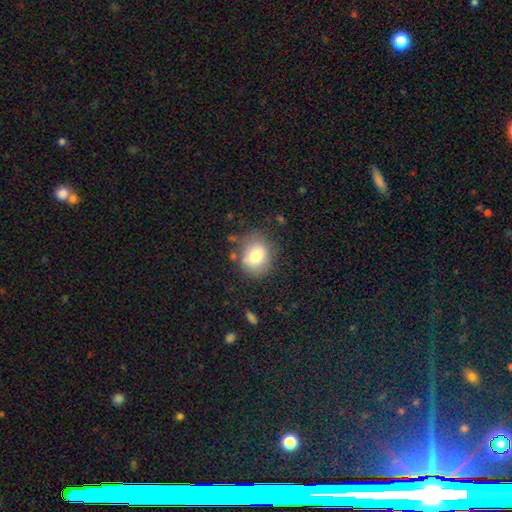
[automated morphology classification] smooth_or_featured: smooth (p=0.78) [alt: featured or disk p=0.13]
how_rounded: round (p=0.54) [alt: in between p=0.45]
merging: none (p=0.72) [alt: minor disturbance p=0.18]